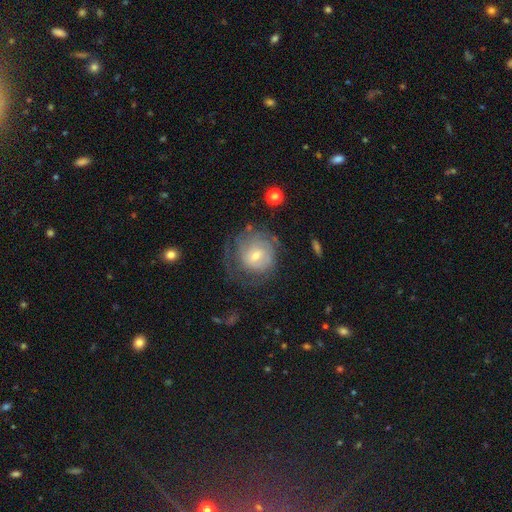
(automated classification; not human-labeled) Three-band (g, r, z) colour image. It shows a featured or disk galaxy (70%) with no bar (46%, tied with weak), tight (65%) spiral arms (85%) and a small central bulge (54%). Merging: none (56%).